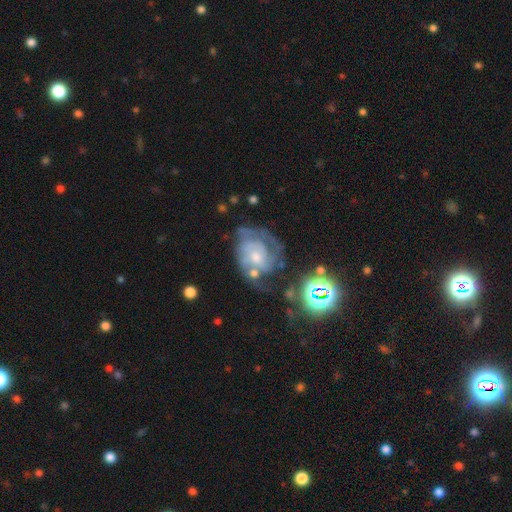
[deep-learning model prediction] This appears to be a featured or disk galaxy (73%) with no bar (69%), 2 (37%) tight (47%) spiral arms (83%) and a moderate central bulge (48%). Merging: none (41%).